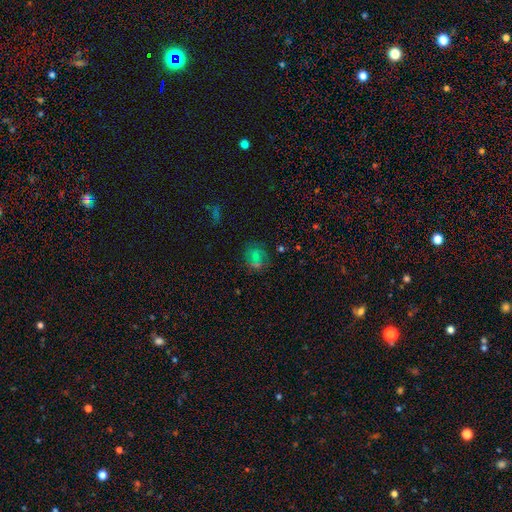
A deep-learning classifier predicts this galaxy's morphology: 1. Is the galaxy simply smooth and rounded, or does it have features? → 44% smooth, 30% star or artifact, 26% featured or disk.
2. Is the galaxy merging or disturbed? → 60% none, 18% merger, 15% minor disturbance, 8% major disturbance.